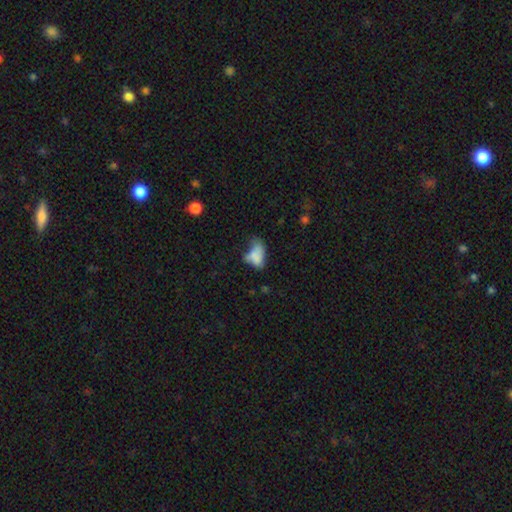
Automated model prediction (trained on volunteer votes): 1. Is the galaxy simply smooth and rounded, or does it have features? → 69% smooth, 19% featured or disk, 12% star or artifact.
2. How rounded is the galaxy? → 88% in between, 7% round, 4% cigar-shaped.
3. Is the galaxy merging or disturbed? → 30% major disturbance, 27% minor disturbance, 24% none, 19% merger.